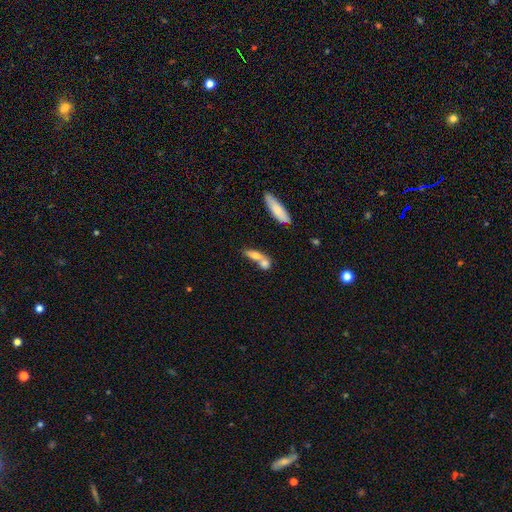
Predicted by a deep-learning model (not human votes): Morphology: type=smooth (70%); roundness=in between (52%); merging=merger (59%).